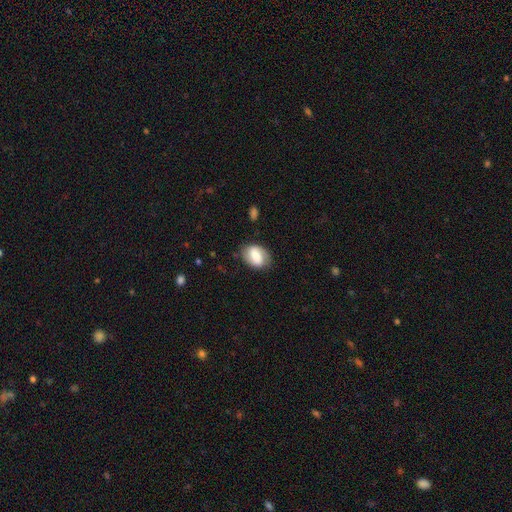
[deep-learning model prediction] smooth-or-featured: smooth: 63% | featured or disk: 29% | star or artifact: 7%
  how-rounded: in between: 81% | round: 17% | cigar-shaped: 2%
  merging: none: 75% | minor disturbance: 18% | major disturbance: 5% | merger: 2%